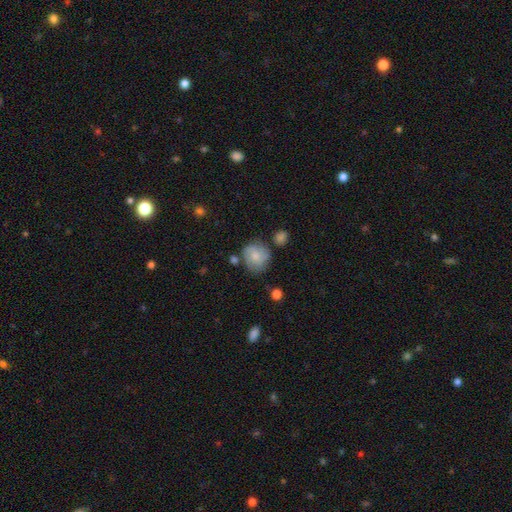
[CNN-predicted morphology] This appears to be a smooth galaxy with no disk features (59%) that is round (74%). Merging: none (60%).